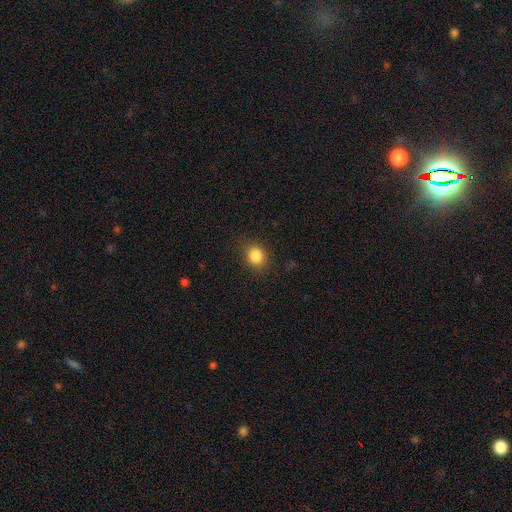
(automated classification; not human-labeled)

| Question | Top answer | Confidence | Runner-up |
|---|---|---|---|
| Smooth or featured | smooth | 85% | star or artifact (11%) |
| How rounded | round | 66% | in between (33%) |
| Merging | none | 86% | minor disturbance (10%) |